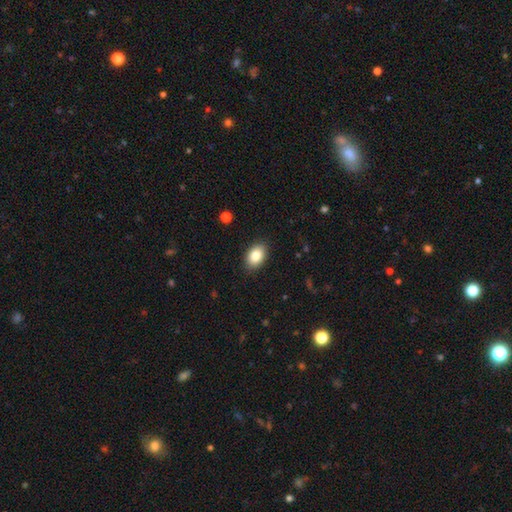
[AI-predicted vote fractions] This appears to be a smooth galaxy with no disk features (85%) that is in between round and cigar-shaped (85%). Merging: none (88%).